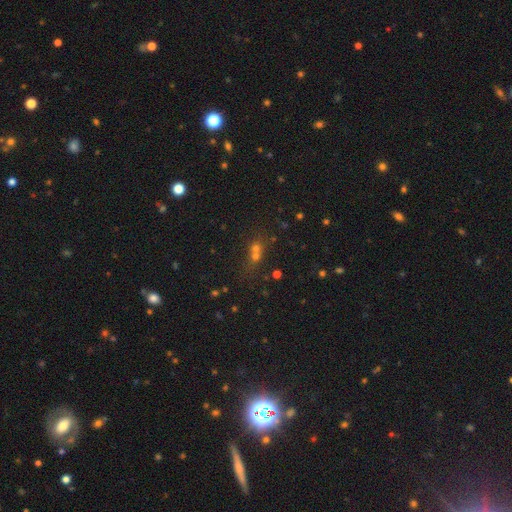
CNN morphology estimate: Smooth or featured? Predicted: smooth (p=0.50). Merging? Predicted: merger (p=0.50).